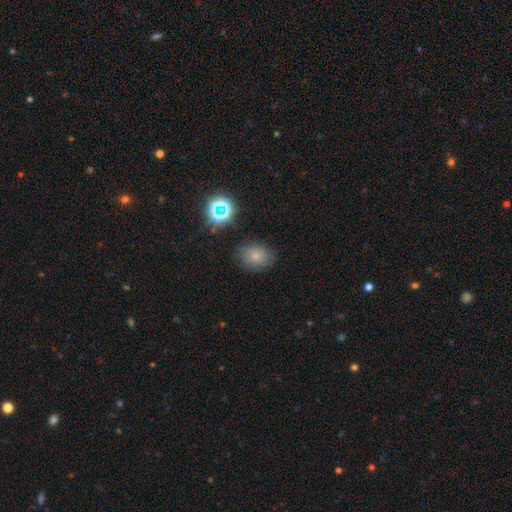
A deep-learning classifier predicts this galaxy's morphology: Smooth or featured? smooth (74%)
How rounded? in between (60%)
Merging? none (81%)